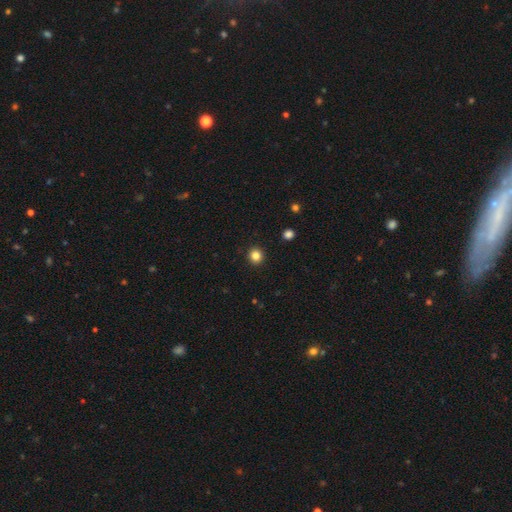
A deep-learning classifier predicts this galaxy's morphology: Smooth or featured: smooth — 83% (star or artifact — 12%)
How rounded: round — 92% (in between — 7%)
Merging: none — 93% (minor disturbance — 4%)